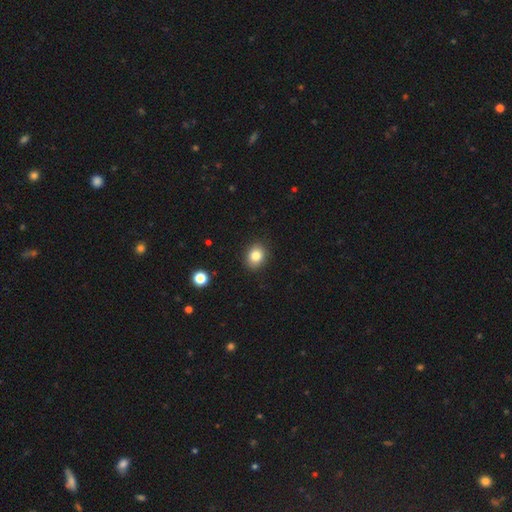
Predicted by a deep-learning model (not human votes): Q: Smooth or featured?
A: smooth (83%); runner-up: star or artifact (10%)
Q: How rounded?
A: round (52%); runner-up: in between (47%)
Q: Merging?
A: none (89%); runner-up: minor disturbance (8%)